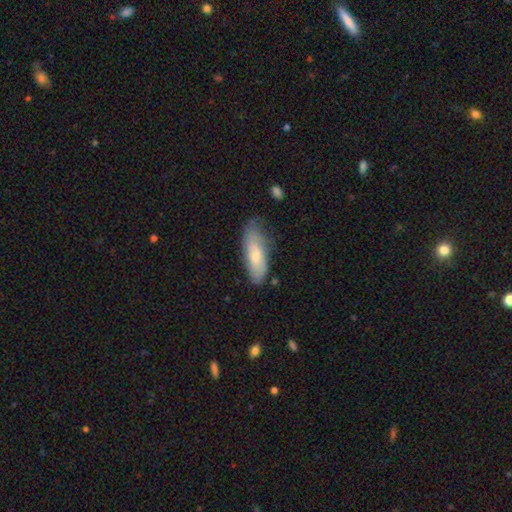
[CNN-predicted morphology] smooth 67%, featured or disk 27%, star or artifact 6%. Down the decision tree: how rounded — in between (67%); merging — none (56%).